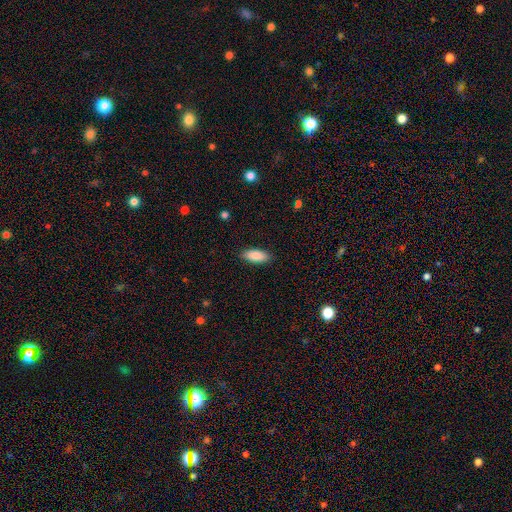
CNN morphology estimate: type=smooth (87%); roundness=in between (81%); merging=none (89%).